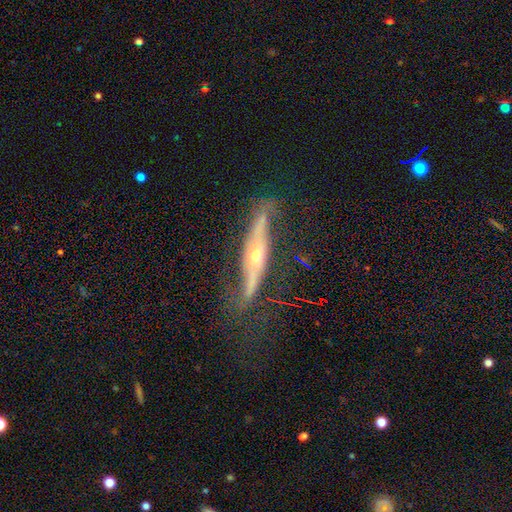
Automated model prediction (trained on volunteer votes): Smooth or featured? featured or disk (73%)
Edge-on disk? yes (66%)
Merging? none (52%)